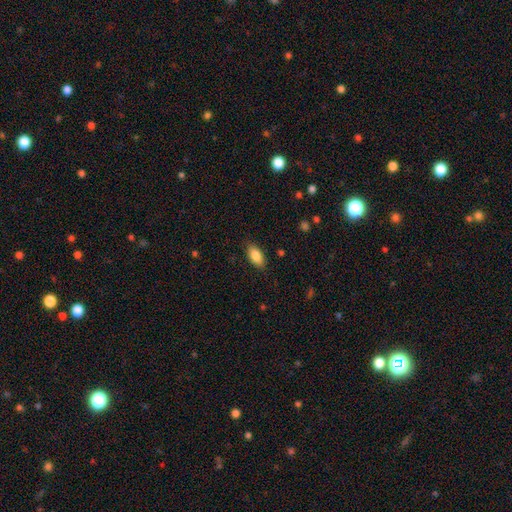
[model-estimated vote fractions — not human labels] smooth 87%, star or artifact 7%, featured or disk 6%. Down the decision tree: how rounded — in between (90%); merging — none (86%).